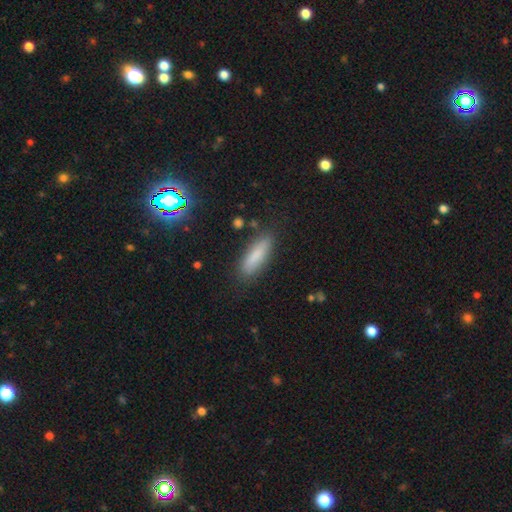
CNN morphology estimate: smooth-or-featured: smooth: 80% | featured or disk: 11% | star or artifact: 9%
  how-rounded: cigar-shaped: 60% | in between: 38% | round: 2%
  merging: none: 84% | minor disturbance: 11% | major disturbance: 3% | merger: 2%